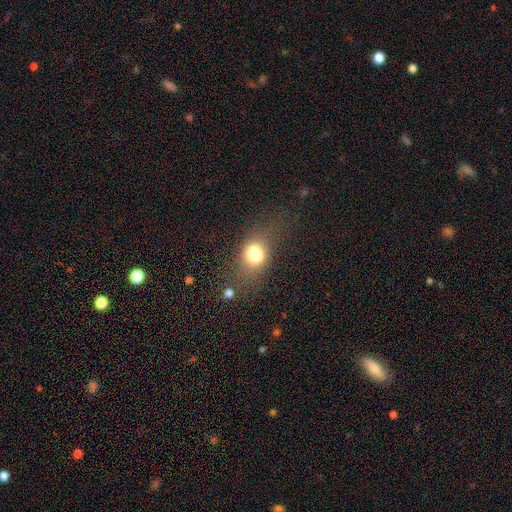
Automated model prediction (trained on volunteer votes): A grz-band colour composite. It shows a smooth galaxy with no disk features (69%) that is in between round and cigar-shaped (63%). Merging: none (48%).